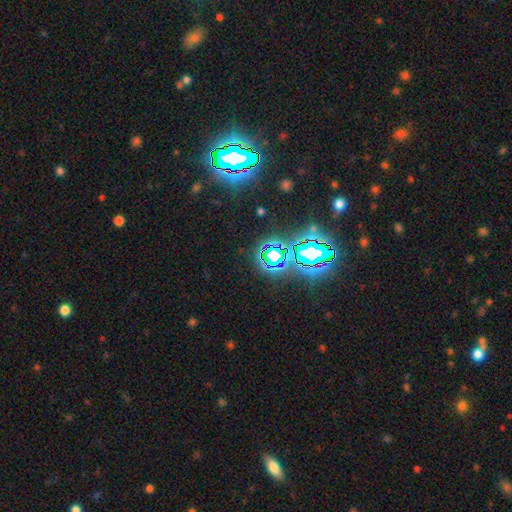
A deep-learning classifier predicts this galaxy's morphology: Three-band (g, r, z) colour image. It shows a star or artifact, not a galaxy (79%).